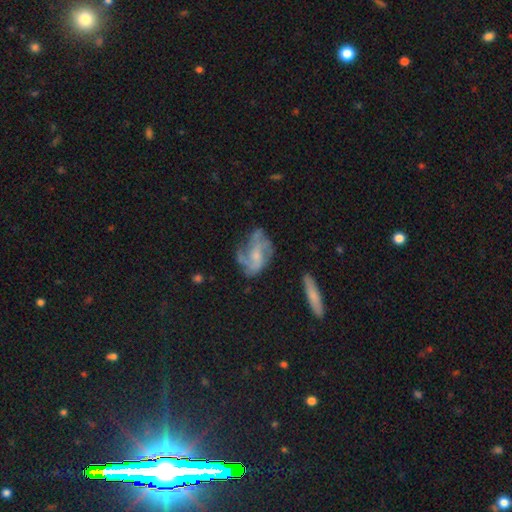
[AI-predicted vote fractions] Overall: featured or disk (74%). Edge-on disk: no (96%). Bar: no (58%; weak 34%). Spiral arms: yes (85%). Spiral arm count: 3 (33%; 2 24%). Spiral winding: medium (46%; loose 30%). Bulge size: small (45%; moderate 38%). Merging: none (55%; minor disturbance 23%).